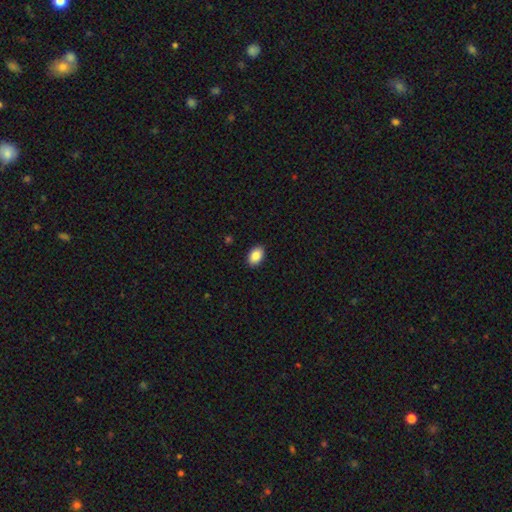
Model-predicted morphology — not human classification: A smooth galaxy with no disk features (89%) that is in between round and cigar-shaped (86%). Merging: none (90%).